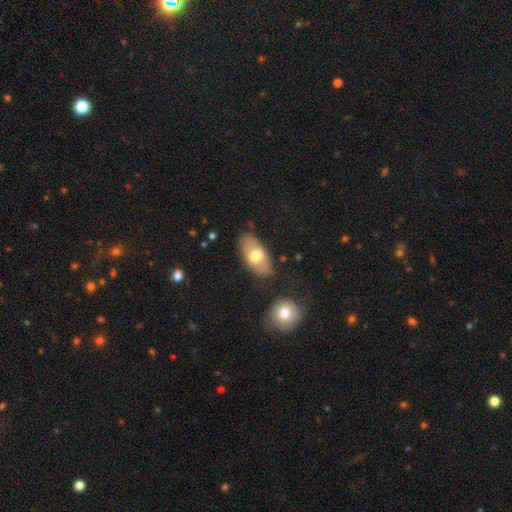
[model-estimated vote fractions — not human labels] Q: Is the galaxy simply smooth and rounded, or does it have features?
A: smooth — 64%.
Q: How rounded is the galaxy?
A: in between — 91%.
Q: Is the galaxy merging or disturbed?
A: none — 78%.